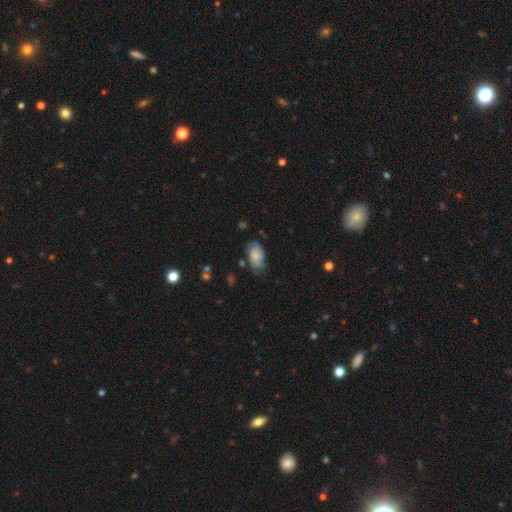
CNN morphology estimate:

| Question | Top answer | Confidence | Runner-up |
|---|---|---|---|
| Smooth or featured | smooth | 64% | featured or disk (28%) |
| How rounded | in between | 91% | round (7%) |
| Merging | none | 58% | minor disturbance (30%) |